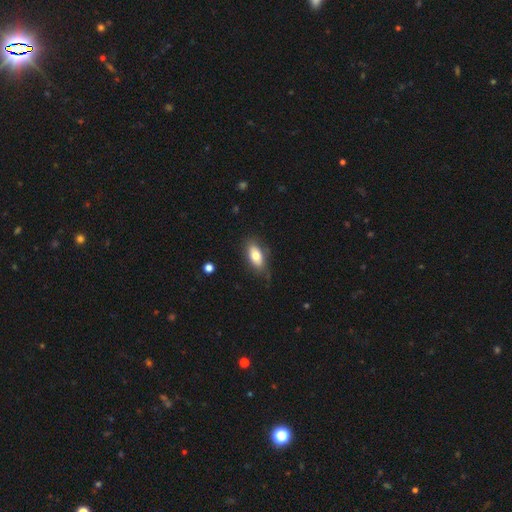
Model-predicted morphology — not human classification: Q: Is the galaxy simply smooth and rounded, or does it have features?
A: smooth — 73%.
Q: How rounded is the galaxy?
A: in between — 87%.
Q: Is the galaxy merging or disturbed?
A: none — 72%.